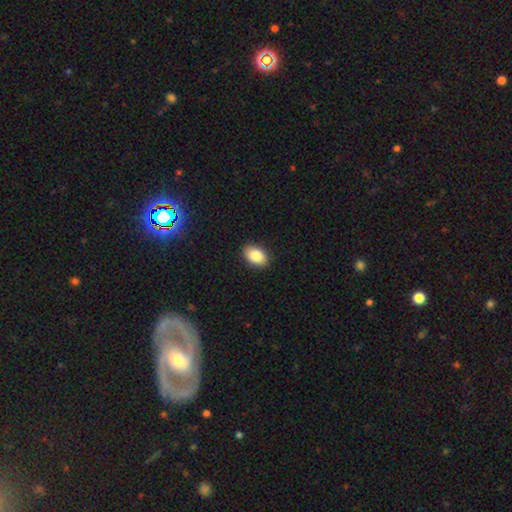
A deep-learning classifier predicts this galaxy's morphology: Smooth or featured? Predicted: smooth (p=0.86). How rounded? Predicted: in between (p=0.88). Merging? Predicted: none (p=0.89).